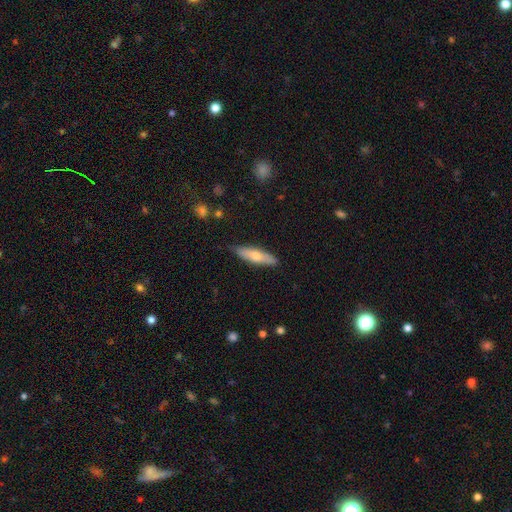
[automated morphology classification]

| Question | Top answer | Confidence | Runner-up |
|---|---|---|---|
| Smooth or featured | smooth | 53% | featured or disk (40%) |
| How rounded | cigar-shaped | 68% | in between (30%) |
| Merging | none | 85% | minor disturbance (12%) |